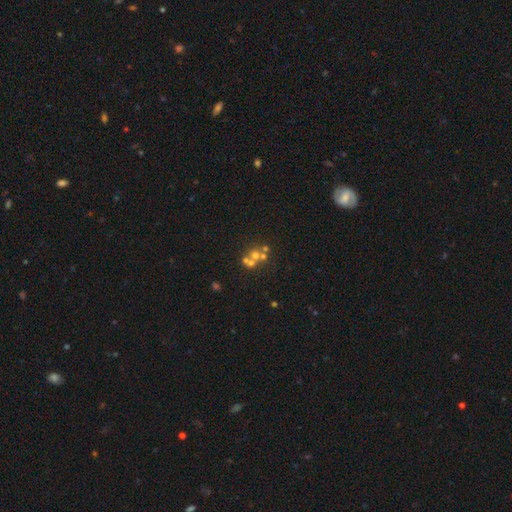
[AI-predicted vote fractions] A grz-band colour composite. It shows a smooth galaxy with no disk features (38%). Merging: none (44%).